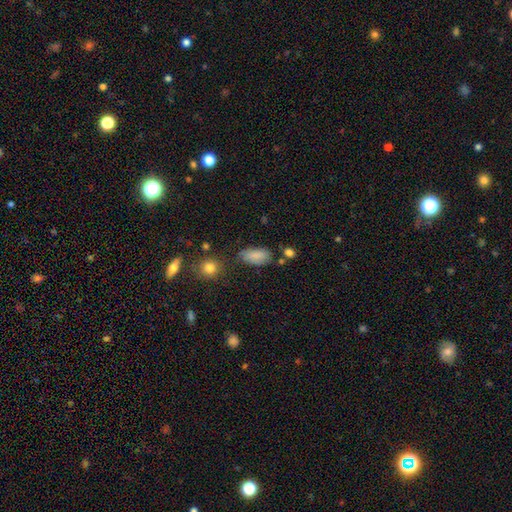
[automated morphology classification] The model was most divided on "merging": none: 67%, minor disturbance: 21%, major disturbance: 6%, merger: 6%. More confident: how rounded — in between (91%); smooth or featured — smooth (83%).